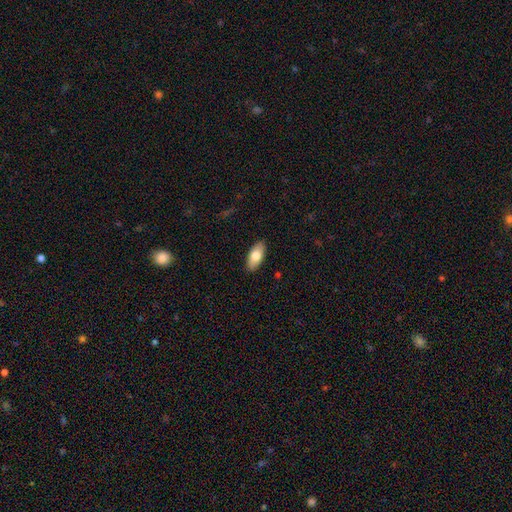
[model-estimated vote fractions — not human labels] smooth_or_featured: smooth (p=0.76) [alt: featured or disk p=0.18]
how_rounded: in between (p=0.89) [alt: cigar-shaped p=0.09]
merging: none (p=0.89) [alt: minor disturbance p=0.09]